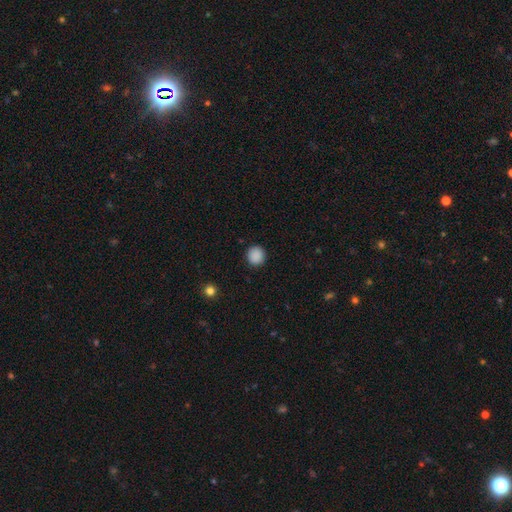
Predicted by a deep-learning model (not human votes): Smooth or featured?
  - smooth: 89% *
  - star or artifact: 9%
  - featured or disk: 2%
How rounded?
  - round: 94% *
  - in between: 5%
  - cigar-shaped: 1%
Merging?
  - none: 92% *
  - minor disturbance: 5%
  - major disturbance: 2%
  - merger: 1%